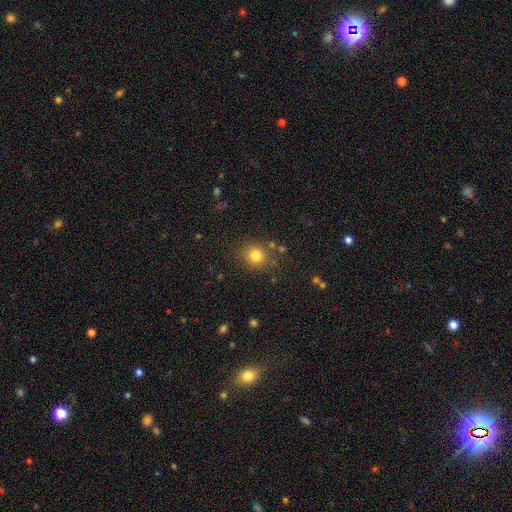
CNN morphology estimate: Smooth or featured? Predicted: smooth (p=0.79). How rounded? Predicted: round (p=0.83). Merging? Predicted: none (p=0.81).